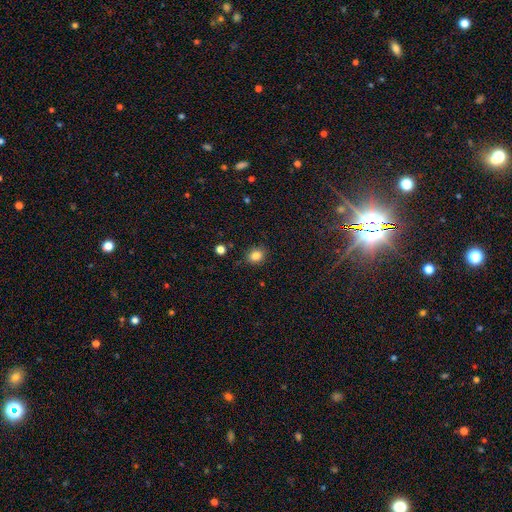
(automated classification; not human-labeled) Smooth or featured? Predicted: smooth (p=0.84). How rounded? Predicted: round (p=0.58). Merging? Predicted: none (p=0.84).